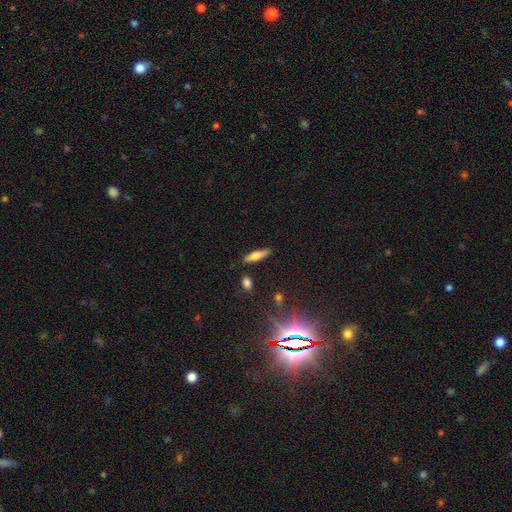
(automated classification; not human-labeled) The model was most divided on "smooth or featured": smooth: 61%, featured or disk: 31%, star or artifact: 8%. More confident: merging — none (85%); how rounded — cigar-shaped (68%).